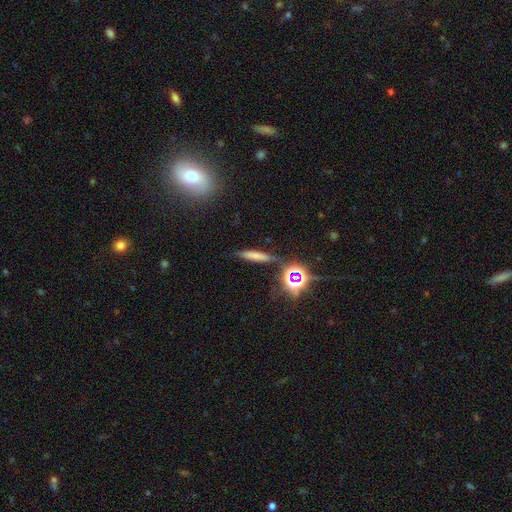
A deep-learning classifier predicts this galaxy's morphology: Smooth or featured: smooth — 63% (star or artifact — 21%)
How rounded: cigar-shaped — 83% (in between — 12%)
Merging: none — 80% (minor disturbance — 12%)